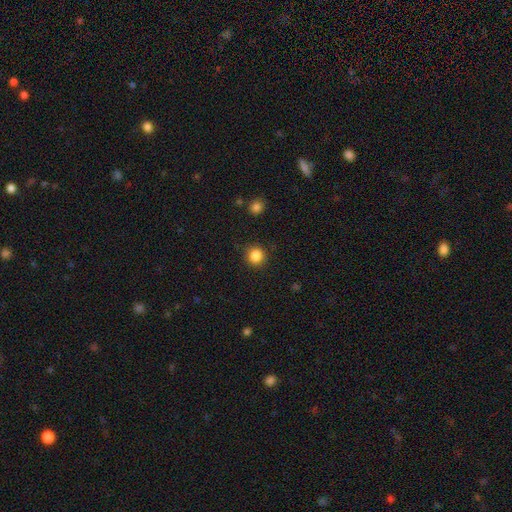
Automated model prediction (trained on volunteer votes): The model was most divided on "smooth or featured": smooth: 85%, star or artifact: 11%, featured or disk: 4%. More confident: how rounded — round (93%); merging — none (90%).